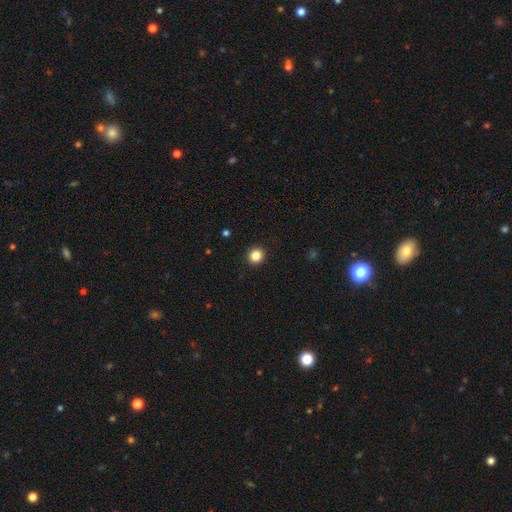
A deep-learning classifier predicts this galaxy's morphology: type=smooth (85%); roundness=round (92%); merging=none (93%).